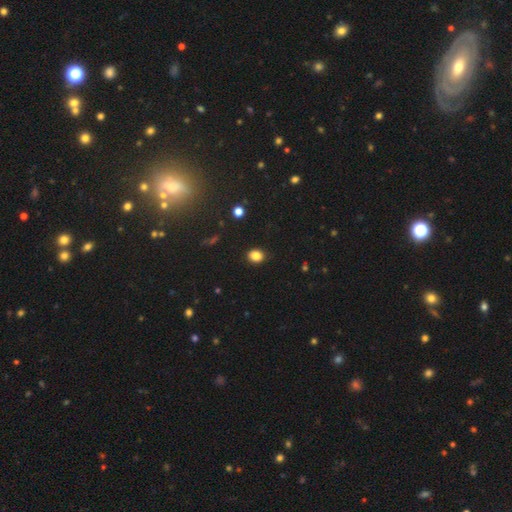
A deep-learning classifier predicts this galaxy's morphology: This is clearly a smooth galaxy (85%). How rounded: possibly round (59%). Merging: clearly none (88%).